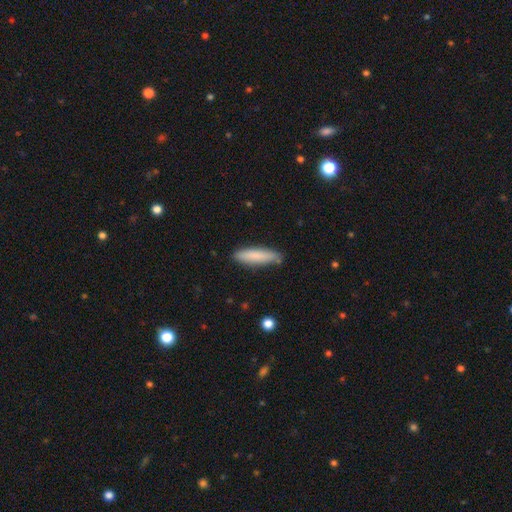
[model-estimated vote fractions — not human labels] smooth 82%, featured or disk 12%, star or artifact 6%. Down the decision tree: how rounded — cigar-shaped (78%); merging — none (81%).